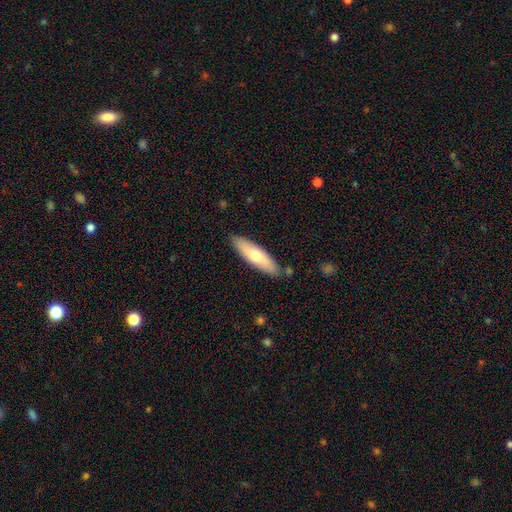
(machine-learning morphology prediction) smooth_or_featured: smooth (p=0.63) [alt: featured or disk p=0.32]
how_rounded: cigar-shaped (p=0.58) [alt: in between p=0.40]
merging: none (p=0.85) [alt: minor disturbance p=0.11]